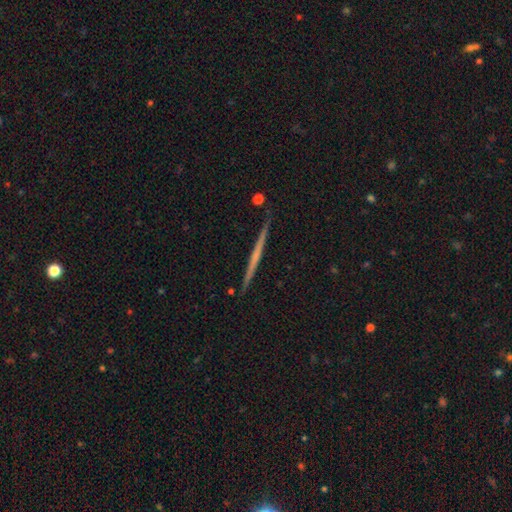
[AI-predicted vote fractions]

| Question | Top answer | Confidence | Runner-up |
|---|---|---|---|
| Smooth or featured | featured or disk | 62% | smooth (32%) |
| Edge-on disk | yes | 98% | no (2%) |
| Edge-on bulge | none | 85% | rounded (10%) |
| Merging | none | 91% | minor disturbance (6%) |